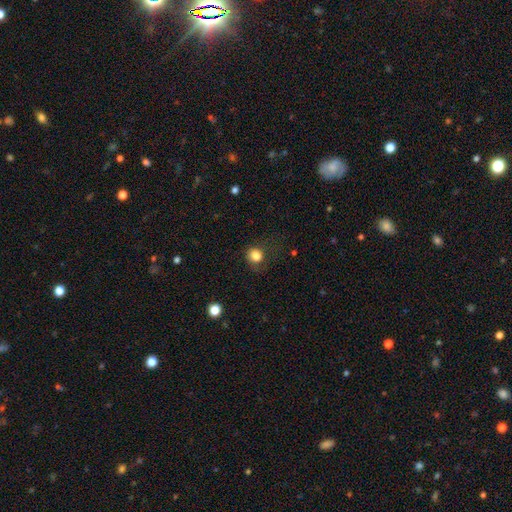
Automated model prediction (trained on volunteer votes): Overall: smooth (83%). How rounded: round (78%). Merging: none (61%).